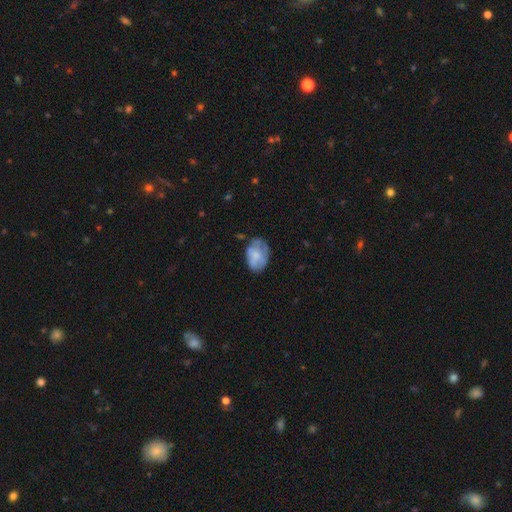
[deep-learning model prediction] smooth_or_featured: smooth (p=0.62) [alt: featured or disk p=0.31]
how_rounded: in between (p=0.83) [alt: round p=0.16]
merging: none (p=0.55) [alt: minor disturbance p=0.30]